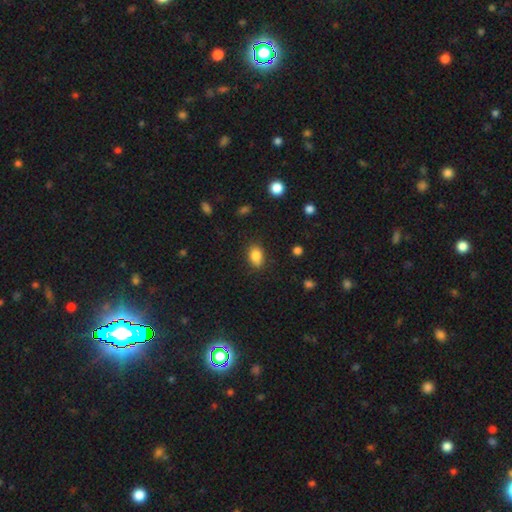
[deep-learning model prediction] Smooth or featured?
  - smooth: 84% *
  - star or artifact: 9%
  - featured or disk: 6%
How rounded?
  - in between: 78% *
  - round: 20%
  - cigar-shaped: 2%
Merging?
  - none: 80% *
  - minor disturbance: 15%
  - major disturbance: 3%
  - merger: 2%